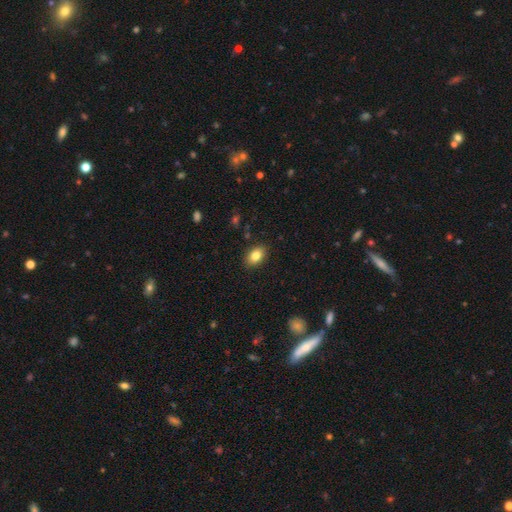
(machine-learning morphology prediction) Overall: smooth (83%). How rounded: in between (83%). Merging: none (88%).